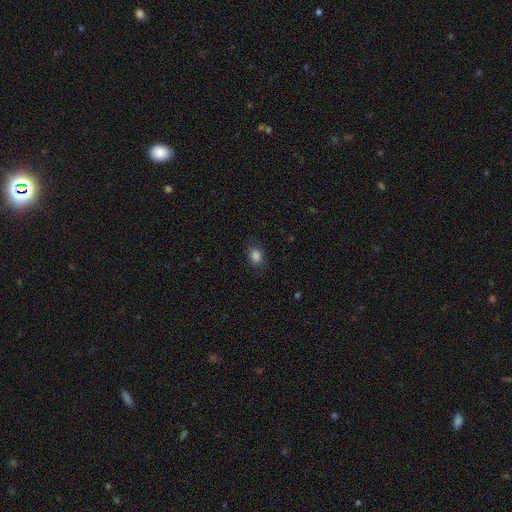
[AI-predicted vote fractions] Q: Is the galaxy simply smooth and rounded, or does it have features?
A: smooth — 85%.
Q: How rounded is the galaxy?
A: in between — 67%.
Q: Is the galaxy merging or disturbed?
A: none — 81%.